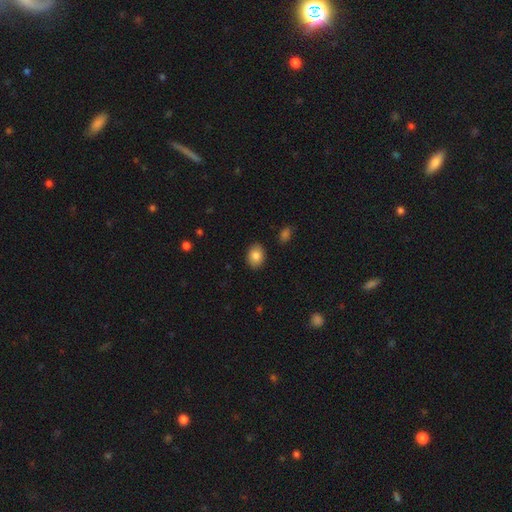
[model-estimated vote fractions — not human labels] Smooth or featured? Predicted: smooth (p=0.85). How rounded? Predicted: in between (p=0.68). Merging? Predicted: none (p=0.88).